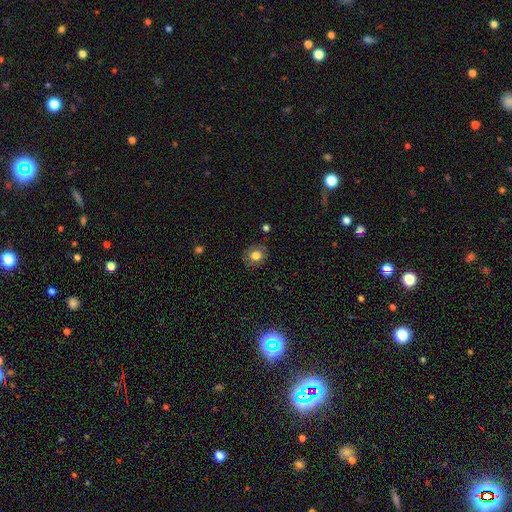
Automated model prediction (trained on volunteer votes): A smooth galaxy with no disk features (73%) that is round (66%).

Vote fractions:
- Smooth or featured? smooth: 73% / featured or disk: 17% / star or artifact: 10%
- How rounded? round: 66% / in between: 33% / cigar-shaped: 1%
- Merging? none: 82% / minor disturbance: 13% / major disturbance: 4% / merger: 1%